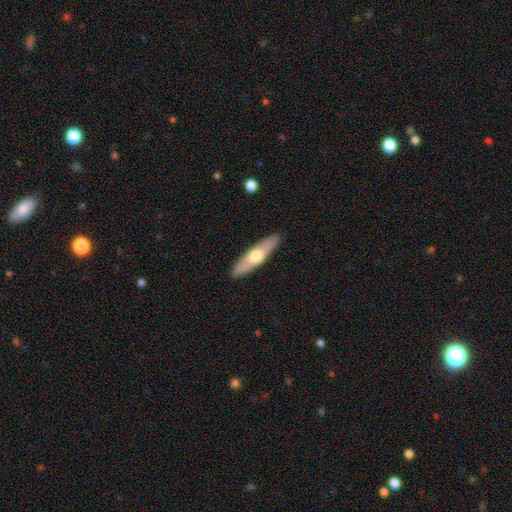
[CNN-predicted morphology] The model was most divided on "smooth or featured": smooth: 52%, featured or disk: 43%, star or artifact: 5%. More confident: merging — none (90%); how rounded — cigar-shaped (73%).